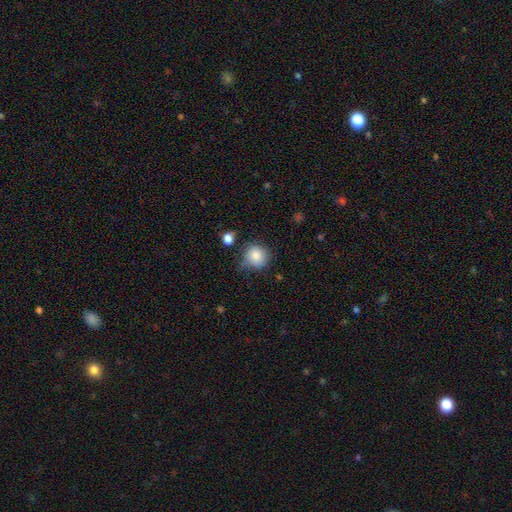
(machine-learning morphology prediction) A smooth galaxy with no disk features (83%) that is round (89%). Merging: none (63%).